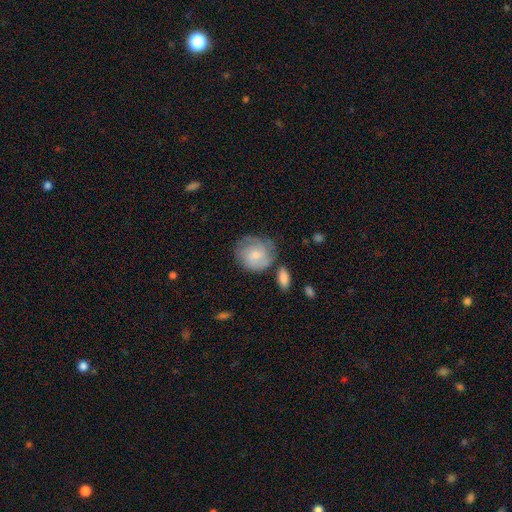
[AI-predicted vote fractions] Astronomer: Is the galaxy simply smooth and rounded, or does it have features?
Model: smooth — 53% (runner-up: featured or disk, 40%).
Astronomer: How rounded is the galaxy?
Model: round — 80%.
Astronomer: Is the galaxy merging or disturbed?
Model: none — 62%.